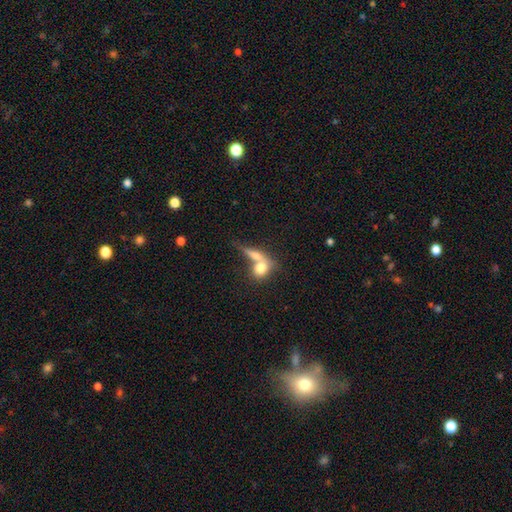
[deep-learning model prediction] Q: Smooth or featured?
A: smooth (70%); runner-up: featured or disk (21%)
Q: How rounded?
A: in between (46%); runner-up: round (37%)
Q: Merging?
A: merger (60%); runner-up: none (25%)